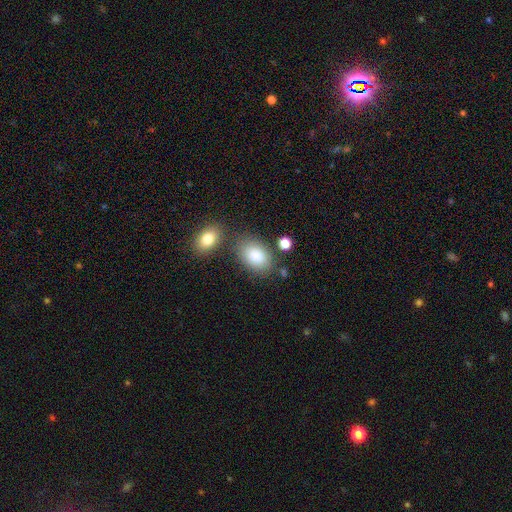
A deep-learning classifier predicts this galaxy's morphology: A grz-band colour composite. It shows a smooth galaxy with no disk features (84%) that is in between round and cigar-shaped (86%). Merging: none (71%).